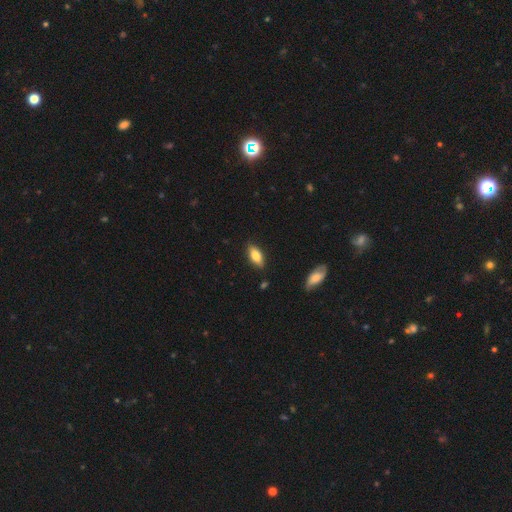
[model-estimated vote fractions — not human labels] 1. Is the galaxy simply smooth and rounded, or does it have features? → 74% smooth, 19% featured or disk, 7% star or artifact.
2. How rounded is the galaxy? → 82% in between, 15% cigar-shaped, 2% round.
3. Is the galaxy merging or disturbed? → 85% none, 11% minor disturbance, 2% major disturbance, 2% merger.